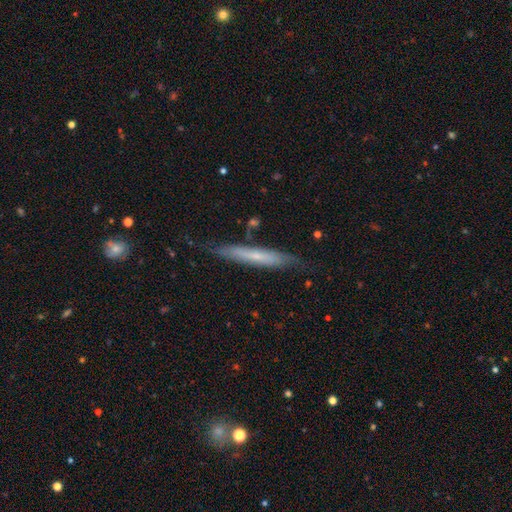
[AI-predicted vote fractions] This appears to be a featured or disk galaxy (49%). Merging: none (75%).